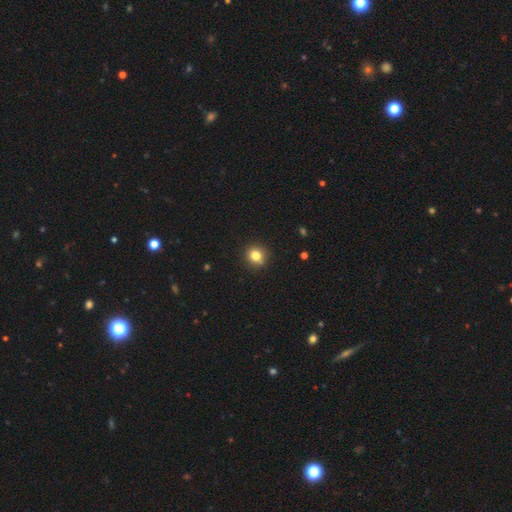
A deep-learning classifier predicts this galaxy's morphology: The model was most divided on "how rounded": round: 83%, in between: 16%, cigar-shaped: 1%. More confident: merging — none (90%); smooth or featured — smooth (82%).